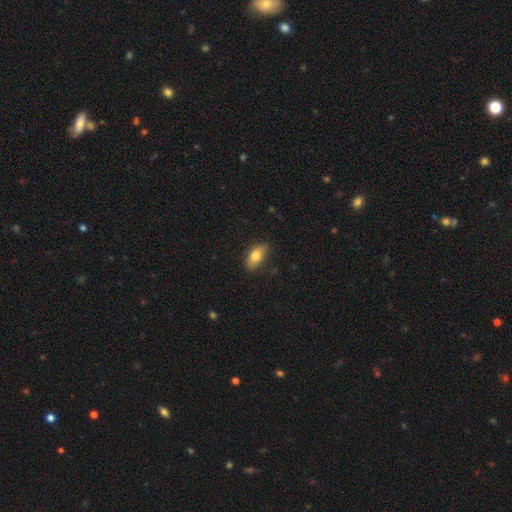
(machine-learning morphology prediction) A smooth galaxy with no disk features (76%) that is in between round and cigar-shaped (87%). Merging: none (75%).